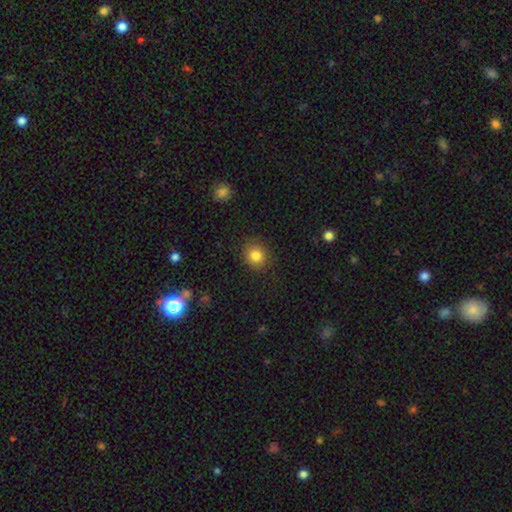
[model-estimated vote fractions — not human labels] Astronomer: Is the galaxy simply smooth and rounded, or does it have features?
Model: smooth — 83%.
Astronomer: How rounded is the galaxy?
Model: round — 82%.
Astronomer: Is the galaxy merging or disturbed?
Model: none — 87%.